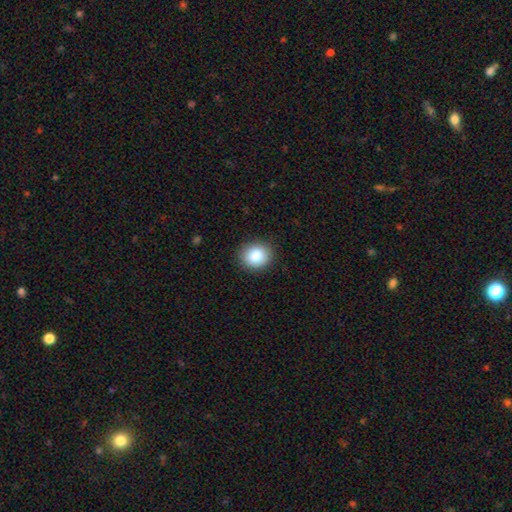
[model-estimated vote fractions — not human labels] Morphology: type=smooth (85%); roundness=round (74%); merging=none (89%).